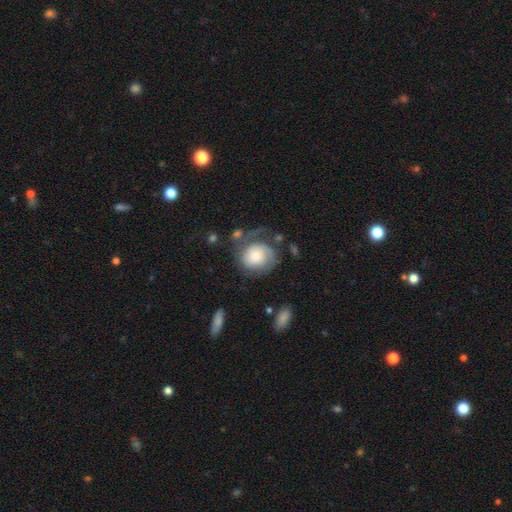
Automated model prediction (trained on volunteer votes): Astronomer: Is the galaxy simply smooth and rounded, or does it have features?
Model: featured or disk — 49% (runner-up: smooth, 44%).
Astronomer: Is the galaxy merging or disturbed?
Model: none — 45% (runner-up: major disturbance, 28%).